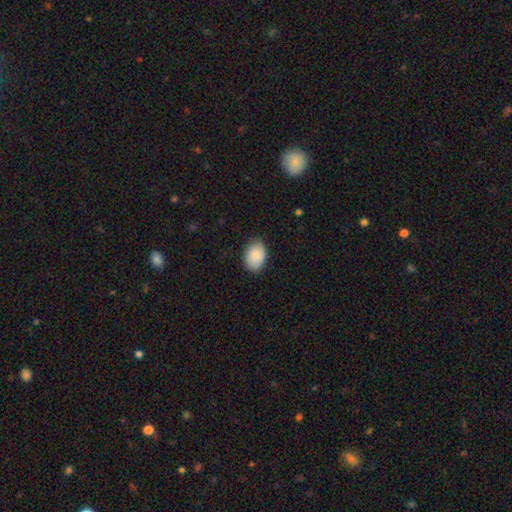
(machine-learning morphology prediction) Smooth or featured?
  - smooth: 88% *
  - star or artifact: 6%
  - featured or disk: 6%
How rounded?
  - in between: 82% *
  - round: 17%
  - cigar-shaped: 1%
Merging?
  - none: 83% *
  - minor disturbance: 13%
  - major disturbance: 3%
  - merger: 1%